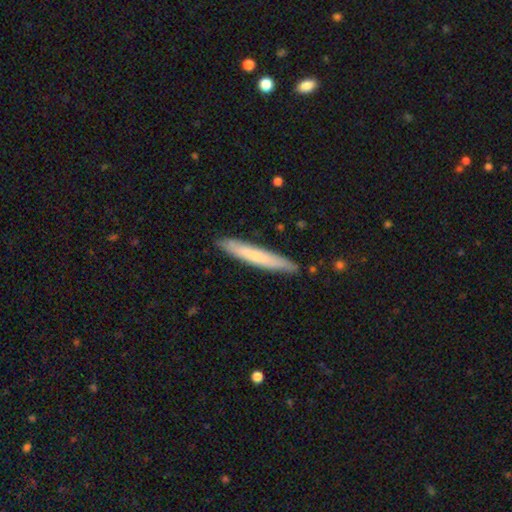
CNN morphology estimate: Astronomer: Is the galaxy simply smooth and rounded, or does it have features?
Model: smooth — 62%.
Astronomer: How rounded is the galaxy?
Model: cigar-shaped — 95%.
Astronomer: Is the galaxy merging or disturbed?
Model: none — 87%.